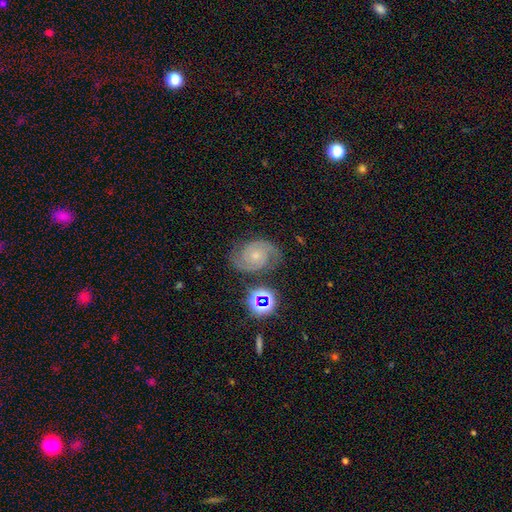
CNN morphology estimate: This appears to be a featured or disk galaxy (83%) with no bar (71%), 2 (88%) tight (53%) spiral arms (98%) and a small central bulge (63%). Merging: none (78%).